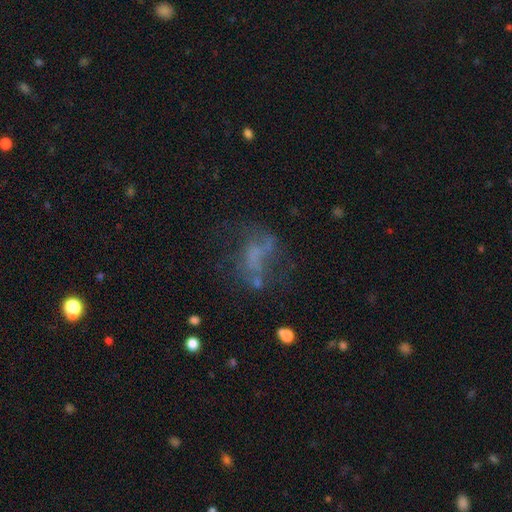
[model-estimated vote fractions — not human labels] Smooth or featured: featured or disk — 48% (smooth — 31%)
Merging: none — 41% (major disturbance — 34%)